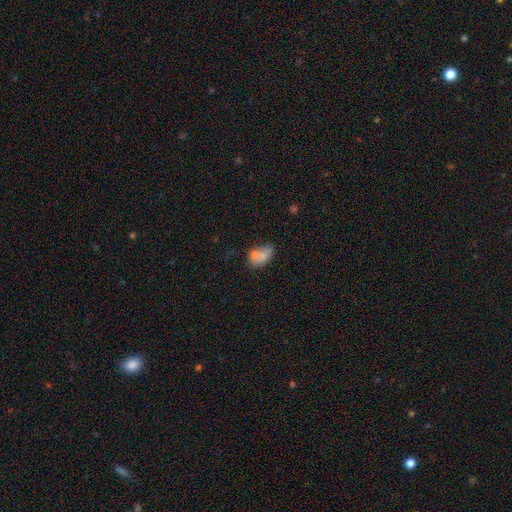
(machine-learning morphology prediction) The model was most divided on "merging": none: 41%, merger: 28%, minor disturbance: 19%, major disturbance: 12%. More confident: how rounded — in between (77%); smooth or featured — smooth (61%).